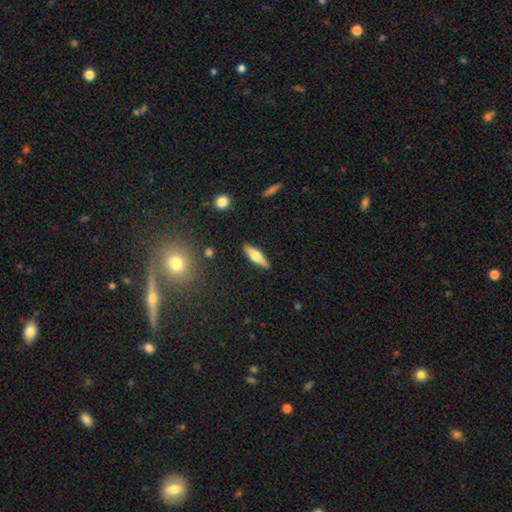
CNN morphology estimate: smooth-or-featured: smooth: 49% | featured or disk: 45% | star or artifact: 6%
  merging: none: 89% | minor disturbance: 8% | major disturbance: 2% | merger: 1%